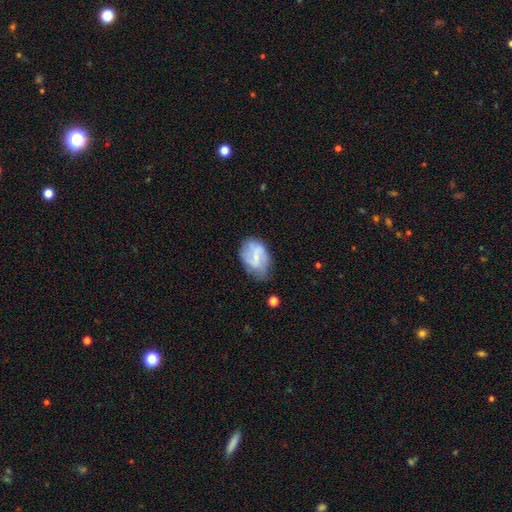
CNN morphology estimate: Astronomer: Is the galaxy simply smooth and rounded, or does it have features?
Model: featured or disk — 53% (runner-up: smooth, 40%).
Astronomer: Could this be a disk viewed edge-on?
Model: no — 97%.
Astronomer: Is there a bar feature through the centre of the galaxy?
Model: weak — 50% (runner-up: no, 31%).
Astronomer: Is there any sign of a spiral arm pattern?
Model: yes — 70%.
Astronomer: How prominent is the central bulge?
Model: small — 56%.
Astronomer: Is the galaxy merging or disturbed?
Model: none — 56%.